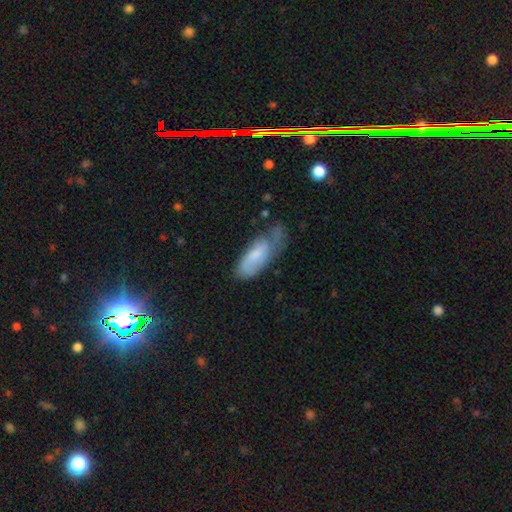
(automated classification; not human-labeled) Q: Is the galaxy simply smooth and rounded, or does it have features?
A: smooth — 57%.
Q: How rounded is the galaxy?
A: in between — 74%.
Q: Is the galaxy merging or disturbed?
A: minor disturbance — 39%.